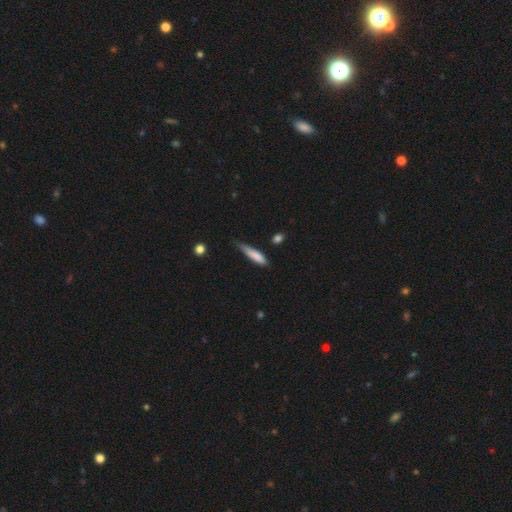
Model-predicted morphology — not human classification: A smooth galaxy with no disk features (80%) that is cigar-shaped (76%). Merging: none (45%).